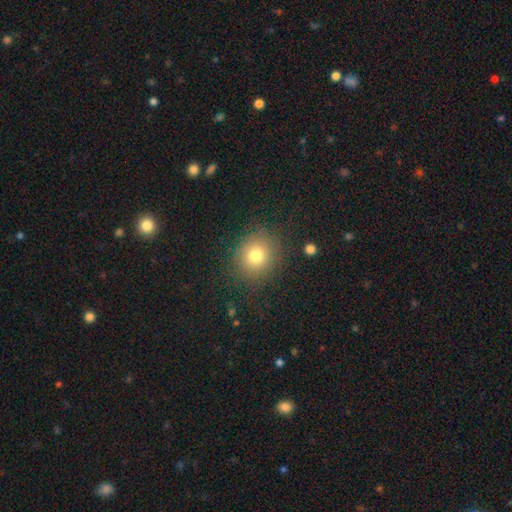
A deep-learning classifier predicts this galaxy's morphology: A smooth galaxy with no disk features (77%) that is round (81%). Merging: none (86%).